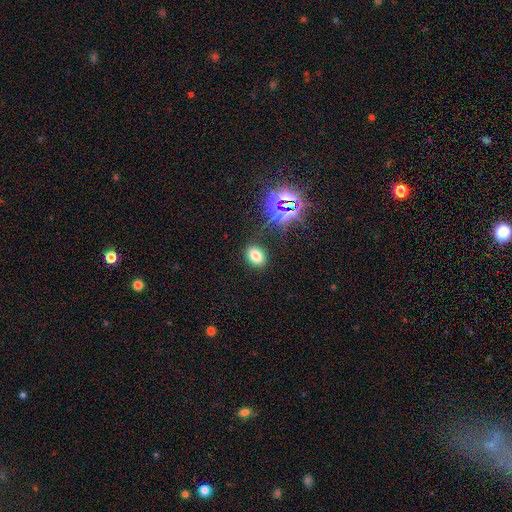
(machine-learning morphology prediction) Smooth or featured?
  - smooth: 71% *
  - star or artifact: 21%
  - featured or disk: 8%
How rounded?
  - in between: 69% *
  - round: 30%
  - cigar-shaped: 1%
Merging?
  - none: 87% *
  - minor disturbance: 9%
  - major disturbance: 3%
  - merger: 2%